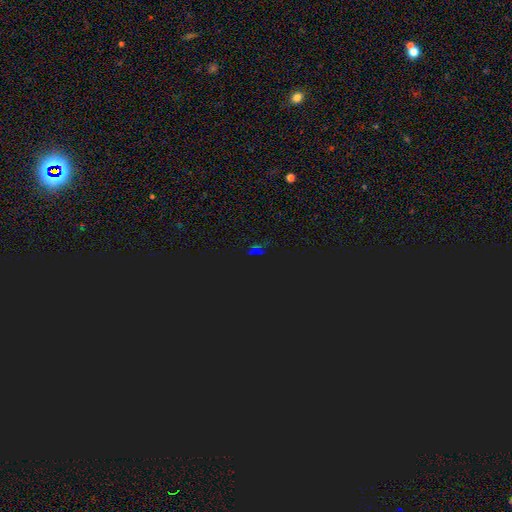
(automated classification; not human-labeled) Overall: star or artifact (76%).